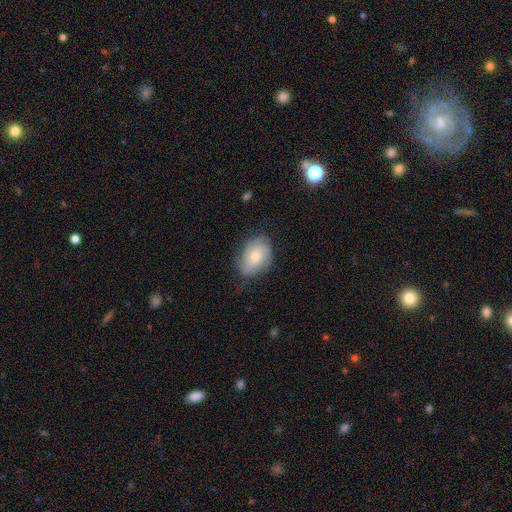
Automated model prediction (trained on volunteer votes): Morphology: type=smooth (62%); roundness=in between (75%); merging=none (64%).